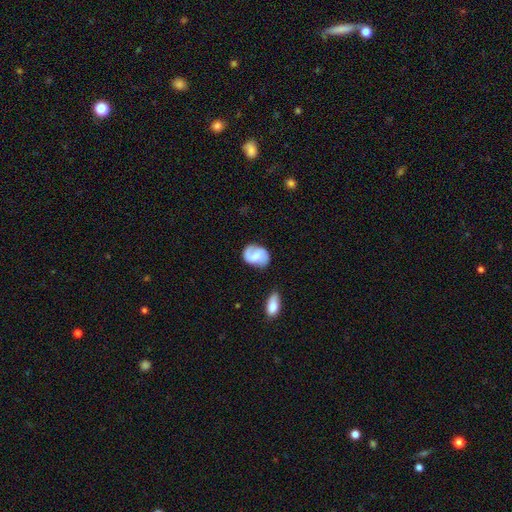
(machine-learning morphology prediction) Smooth or featured?
  - featured or disk: 58% *
  - smooth: 35%
  - star or artifact: 7%
Edge-on disk?
  - no: 97% *
  - yes: 3%
Bar?
  - weak: 46% *
  - no: 36%
  - strong: 18%
Spiral arms?
  - yes: 89% *
  - no: 11%
Spiral winding?
  - medium: 42% *
  - loose: 37%
  - tight: 21%
Spiral arm count?
  - 2: 79% *
  - 1: 12%
  - can't tell: 6%
  - 3: 1%
  - 4: 1%
  - more than 4: 1%
Bulge size?
  - none: 37% *
  - small: 26%
  - moderate: 26%
  - large: 9%
  - dominant: 2%
Merging?
  - none: 65% *
  - minor disturbance: 22%
  - major disturbance: 7%
  - merger: 5%